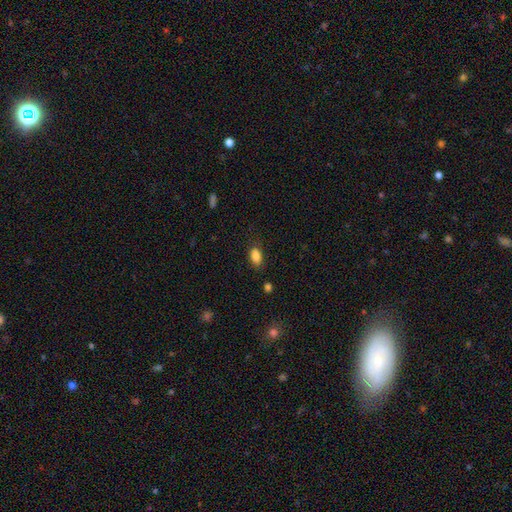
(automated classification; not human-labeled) Smooth or featured?
  - smooth: 87% *
  - star or artifact: 9%
  - featured or disk: 5%
How rounded?
  - in between: 89% *
  - round: 8%
  - cigar-shaped: 3%
Merging?
  - none: 79% *
  - minor disturbance: 15%
  - major disturbance: 4%
  - merger: 2%